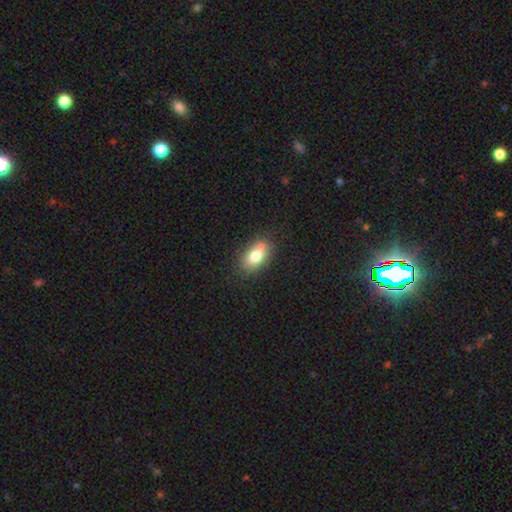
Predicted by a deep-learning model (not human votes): A smooth galaxy with no disk features (76%) that is in between round and cigar-shaped (86%).

Vote fractions:
- Smooth or featured? smooth: 76% / featured or disk: 15% / star or artifact: 9%
- How rounded? in between: 86% / round: 11% / cigar-shaped: 3%
- Merging? none: 64% / minor disturbance: 17% / merger: 15% / major disturbance: 4%